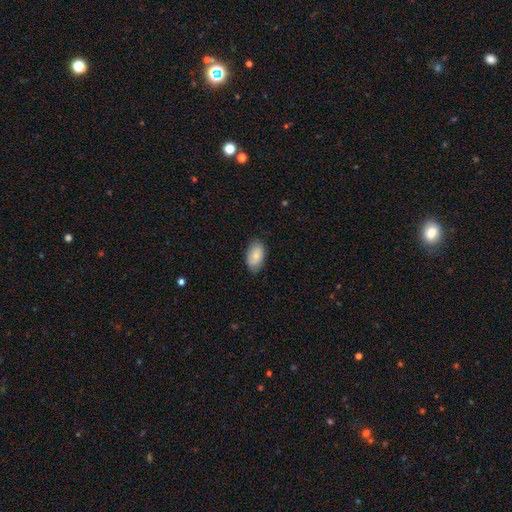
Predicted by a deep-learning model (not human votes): Smooth or featured? Predicted: smooth (p=0.83). How rounded? Predicted: in between (p=0.94). Merging? Predicted: none (p=0.81).